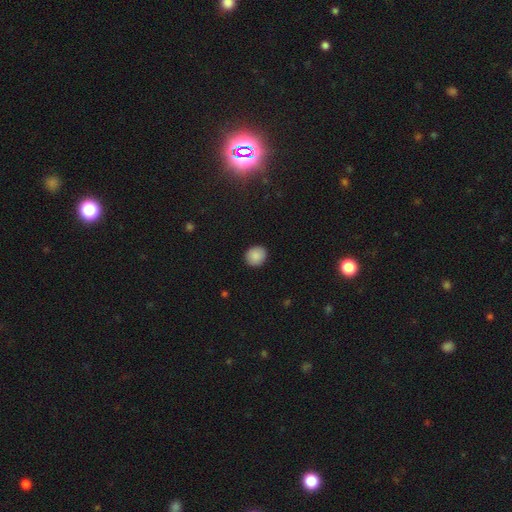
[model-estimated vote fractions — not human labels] smooth 88%, star or artifact 8%, featured or disk 4%. Down the decision tree: how rounded — round (77%); merging — none (90%).